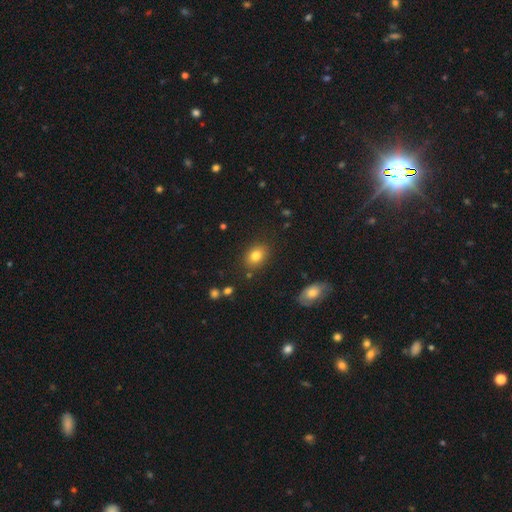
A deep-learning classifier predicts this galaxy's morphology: Overall: smooth (81%). How rounded: in between (64%; round 35%). Merging: none (84%).